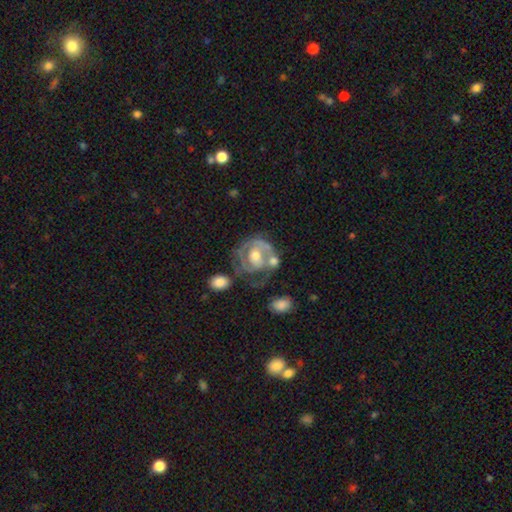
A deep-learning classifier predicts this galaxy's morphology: This is likely a featured or disk galaxy (74%). It is clearly not viewed edge-on (97%). Bar: likely no (61%). Spiral arm pattern: likely yes (72%). Spiral arm count: marginally 2 (38%). Spiral winding: possibly tight (58%). Central bulge: likely moderate (69%). Merging: marginally none (39%).